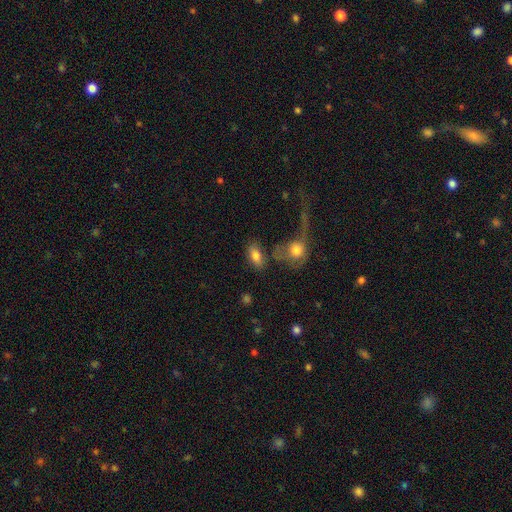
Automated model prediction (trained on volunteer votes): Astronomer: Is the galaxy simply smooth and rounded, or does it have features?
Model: smooth — 79%.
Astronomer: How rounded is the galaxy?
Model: in between — 87%.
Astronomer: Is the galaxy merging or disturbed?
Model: none — 61%.